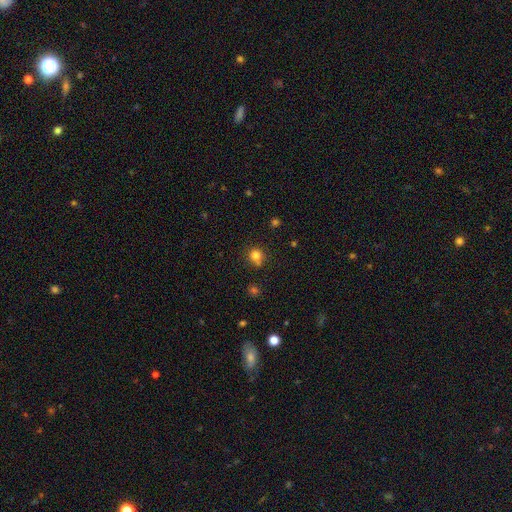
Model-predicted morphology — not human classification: type=smooth (79%); roundness=round (88%); merging=none (70%).